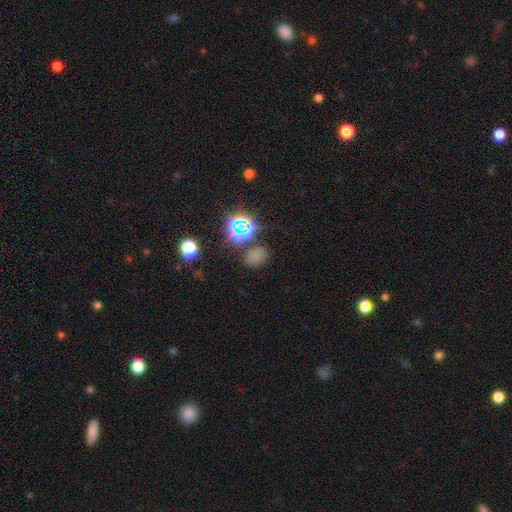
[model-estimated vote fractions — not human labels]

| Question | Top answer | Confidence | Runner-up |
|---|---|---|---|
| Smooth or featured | smooth | 53% | star or artifact (39%) |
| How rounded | in between | 55% | round (44%) |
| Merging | none | 71% | minor disturbance (16%) |